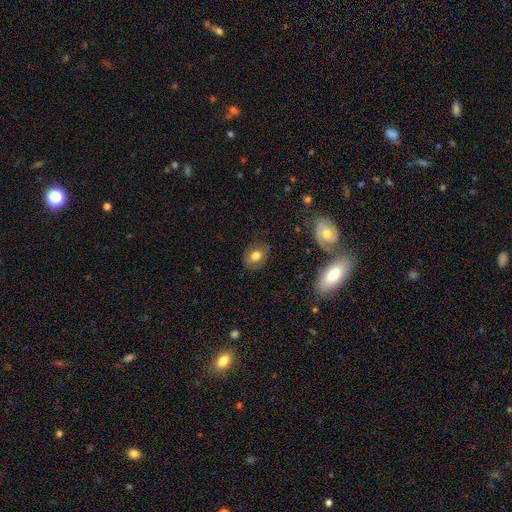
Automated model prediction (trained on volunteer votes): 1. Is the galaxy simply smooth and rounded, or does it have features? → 73% smooth, 17% featured or disk, 10% star or artifact.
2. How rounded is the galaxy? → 59% in between, 39% round, 1% cigar-shaped.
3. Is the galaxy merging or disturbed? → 80% none, 14% minor disturbance, 4% major disturbance, 2% merger.